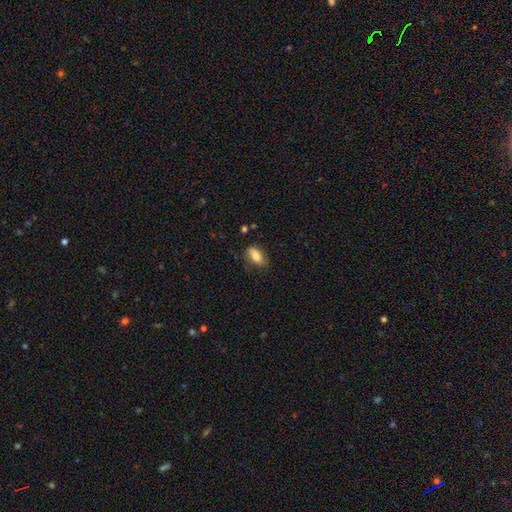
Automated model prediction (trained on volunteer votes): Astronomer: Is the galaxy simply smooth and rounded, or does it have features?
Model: smooth — 81%.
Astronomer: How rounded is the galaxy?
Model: in between — 90%.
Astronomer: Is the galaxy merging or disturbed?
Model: none — 72%.